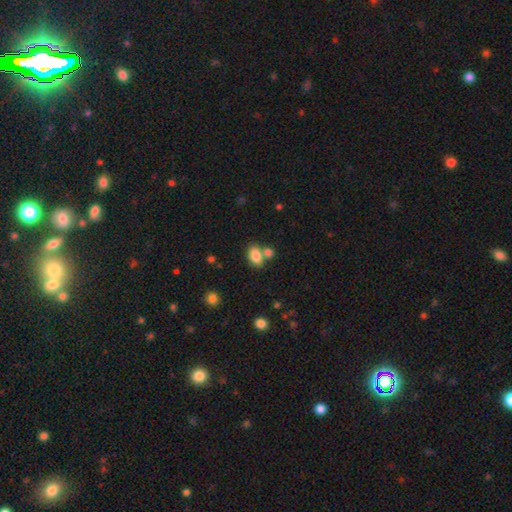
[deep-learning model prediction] Overall: smooth (84%). How rounded: in between (87%). Merging: none (54%; merger 32%).